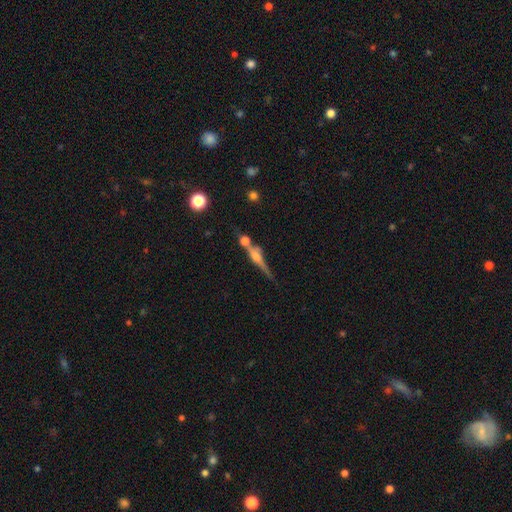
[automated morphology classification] A featured or disk galaxy (66%) viewed edge-on (93%) with a rounded central bulge (73%).

Vote fractions:
- Smooth or featured? featured or disk: 66% / smooth: 24% / star or artifact: 10%
- Edge-on disk? yes: 93% / no: 7%
- Edge-on bulge? rounded: 73% / boxy: 18% / none: 9%
- Merging? none: 57% / merger: 24% / minor disturbance: 14% / major disturbance: 6%